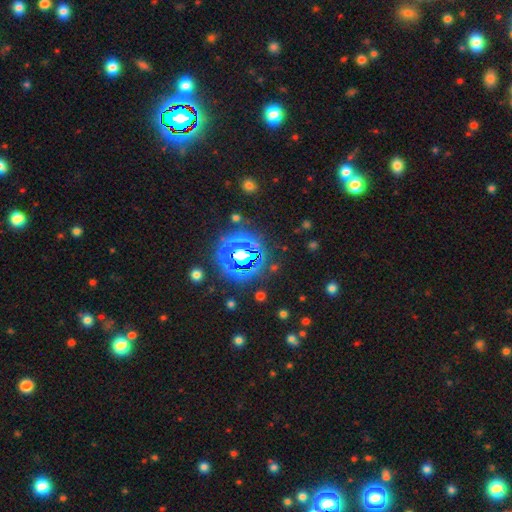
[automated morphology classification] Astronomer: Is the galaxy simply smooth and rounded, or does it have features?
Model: star or artifact — 79%.